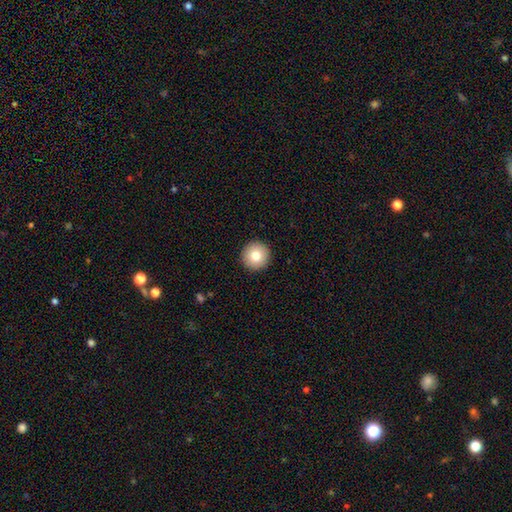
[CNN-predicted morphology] Q: Smooth or featured?
A: smooth (78%); runner-up: featured or disk (12%)
Q: How rounded?
A: round (96%); runner-up: in between (3%)
Q: Merging?
A: none (93%); runner-up: minor disturbance (5%)